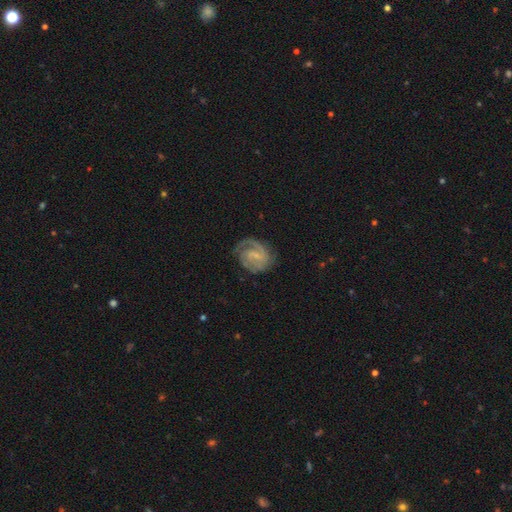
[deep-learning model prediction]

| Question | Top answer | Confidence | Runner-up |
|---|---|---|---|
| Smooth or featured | featured or disk | 83% | smooth (11%) |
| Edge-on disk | no | 98% | yes (2%) |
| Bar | weak | 55% | no (31%) |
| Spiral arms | yes | 96% | no (4%) |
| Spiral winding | tight | 53% | medium (37%) |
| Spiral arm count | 2 | 60% | can't tell (13%) |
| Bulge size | small | 60% | none (22%) |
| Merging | none | 70% | minor disturbance (19%) |